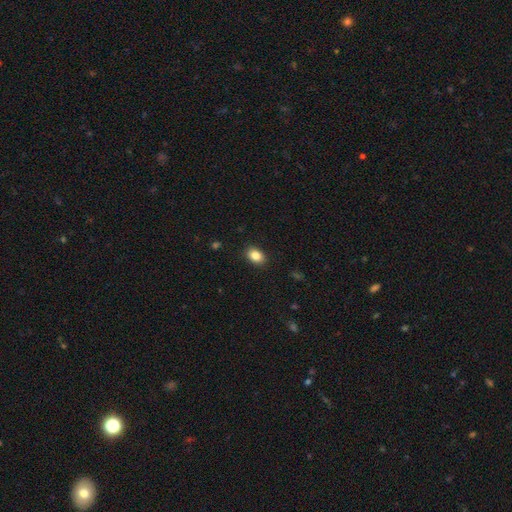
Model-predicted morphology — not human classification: This is clearly a smooth galaxy (85%). How rounded: likely in between (76%). Merging: clearly none (89%).